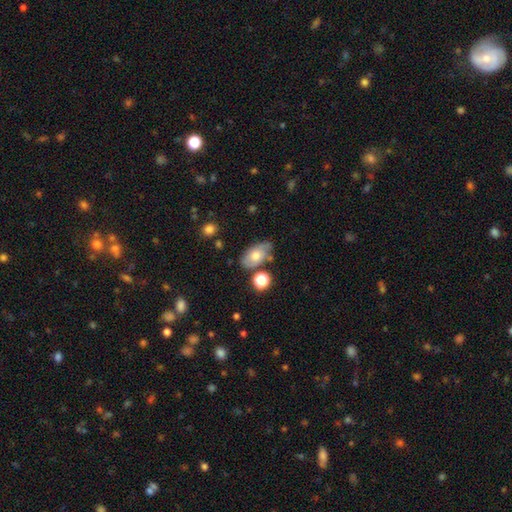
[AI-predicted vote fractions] This appears to be a smooth galaxy with no disk features (60%) that is in between round and cigar-shaped (88%). Merging: none (63%).